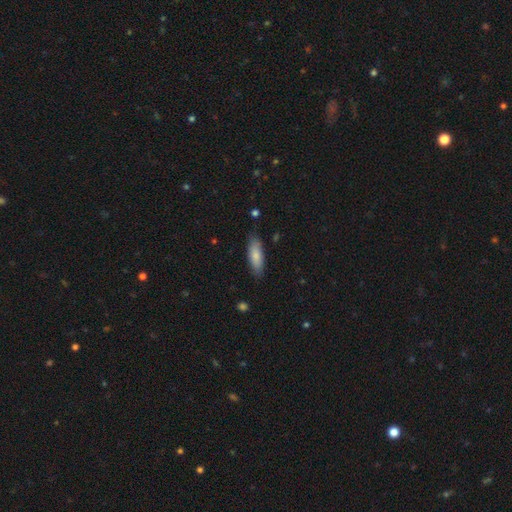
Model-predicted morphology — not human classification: The model was most divided on "how rounded": in between: 61%, cigar-shaped: 37%, round: 2%. More confident: merging — none (82%); smooth or featured — smooth (81%).